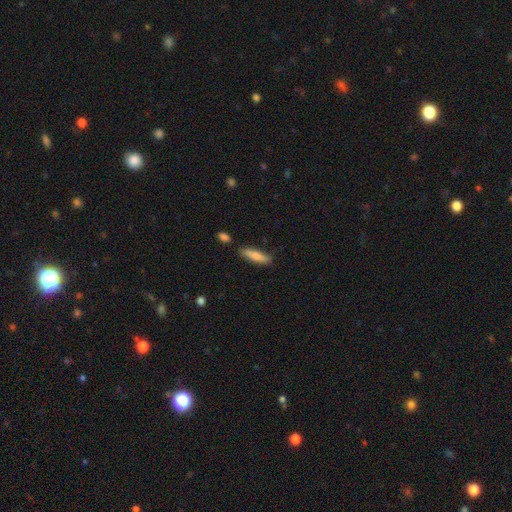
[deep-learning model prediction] This appears to be a smooth galaxy with no disk features (72%) that is cigar-shaped (73%). Merging: none (81%).